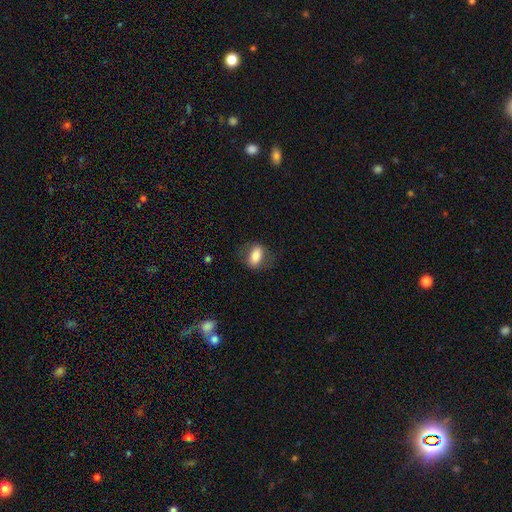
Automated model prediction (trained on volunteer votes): Smooth or featured? smooth (77%)
How rounded? in between (83%)
Merging? none (74%)